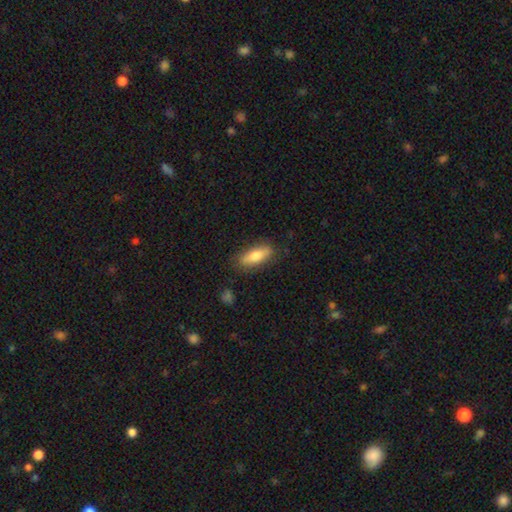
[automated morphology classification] Smooth or featured? smooth (71%)
How rounded? in between (63%)
Merging? none (81%)